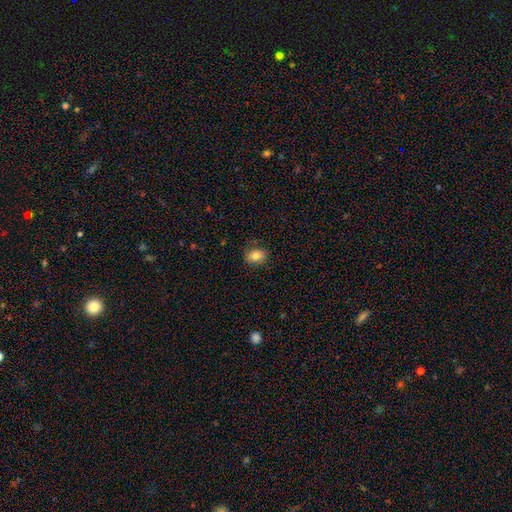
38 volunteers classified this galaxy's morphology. smooth_or_featured: smooth (p=0.79) [alt: featured or disk p=0.13]
how_rounded: in between (p=0.67) [alt: round p=0.33]
merging: none (p=0.80) [alt: minor disturbance p=0.14]